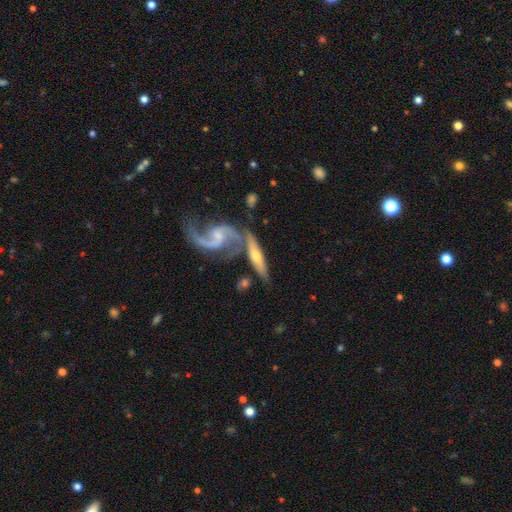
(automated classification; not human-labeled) Smooth or featured: featured or disk — 71% (smooth — 24%)
Edge-on disk: no — 50% (tied with yes — 50%)
Merging: none — 41% (merger — 39%)